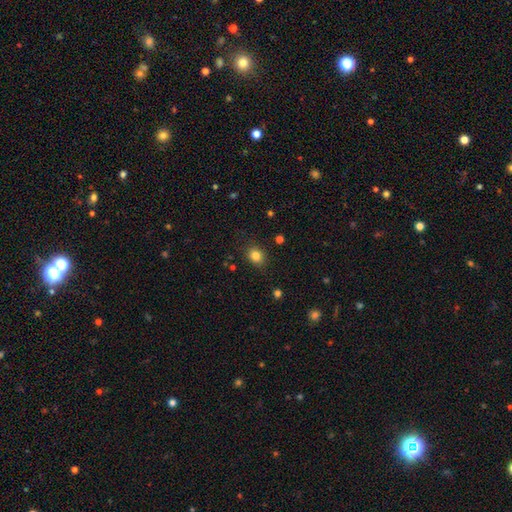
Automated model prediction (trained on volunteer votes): A smooth galaxy with no disk features (82%) that is round (57%). Merging: none (85%).